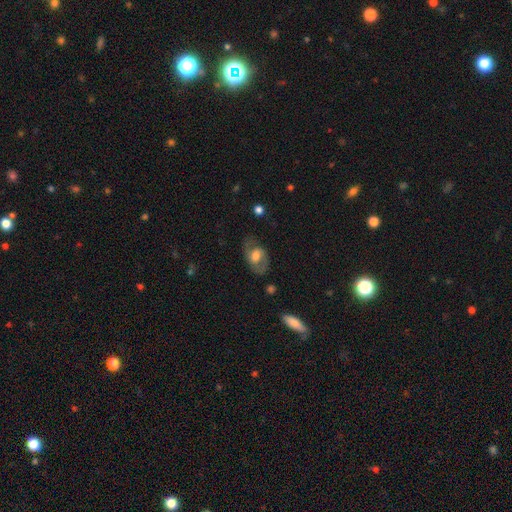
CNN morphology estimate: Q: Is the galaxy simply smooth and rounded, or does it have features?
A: featured or disk — 64%.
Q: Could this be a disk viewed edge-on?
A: no — 94%.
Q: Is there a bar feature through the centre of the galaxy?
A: no — 46%.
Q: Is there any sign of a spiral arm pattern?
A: yes — 74%.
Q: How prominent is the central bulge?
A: moderate — 50%.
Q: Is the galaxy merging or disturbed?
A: none — 70%.